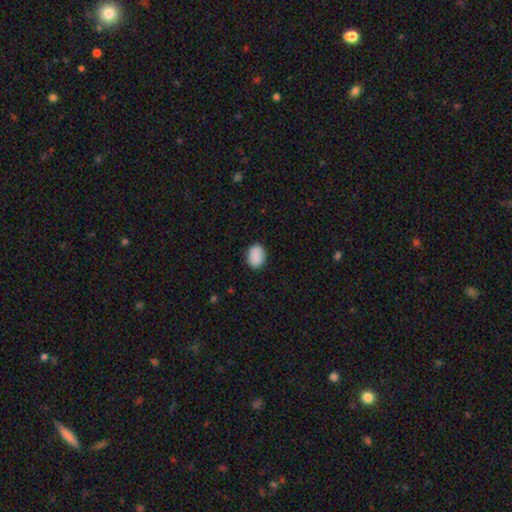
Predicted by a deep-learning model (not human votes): Overall: smooth (89%). How rounded: in between (67%; round 32%). Merging: none (87%).